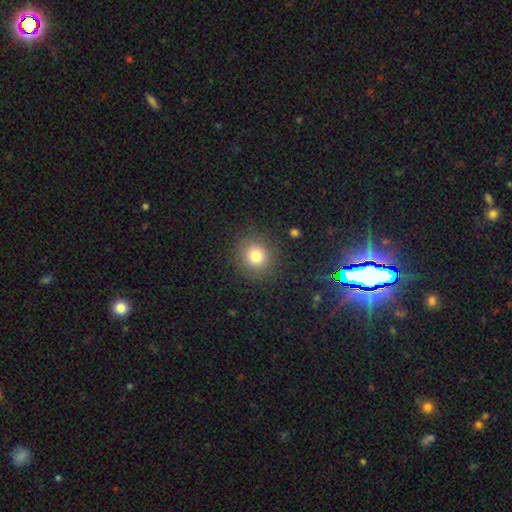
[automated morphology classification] smooth 79%, star or artifact 13%, featured or disk 8%. Down the decision tree: how rounded — round (89%); merging — none (88%).